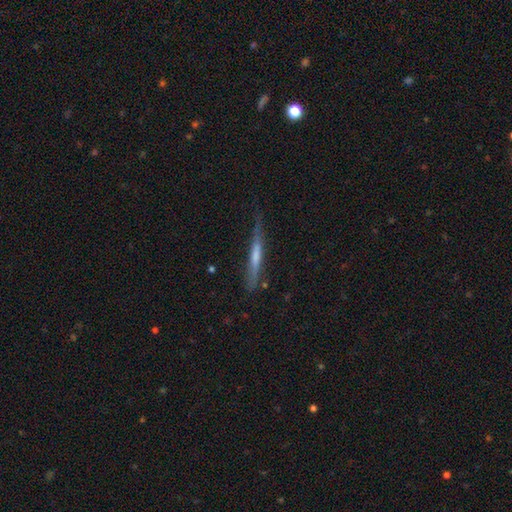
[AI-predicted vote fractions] smooth-or-featured: featured or disk: 54% | smooth: 40% | star or artifact: 7%
  disk-edge-on: yes: 95% | no: 5%
    edge-on-bulge: none: 60% | rounded: 24% | boxy: 16%
  merging: none: 73% | minor disturbance: 20% | major disturbance: 5% | merger: 2%